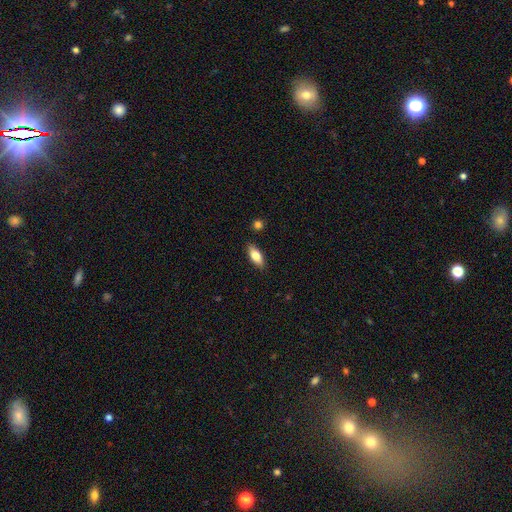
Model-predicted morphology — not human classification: A smooth galaxy with no disk features (75%) that is in between round and cigar-shaped (77%).

Vote fractions:
- Smooth or featured? smooth: 75% / featured or disk: 19% / star or artifact: 7%
- How rounded? in between: 77% / cigar-shaped: 20% / round: 3%
- Merging? none: 87% / minor disturbance: 10% / major disturbance: 2% / merger: 2%